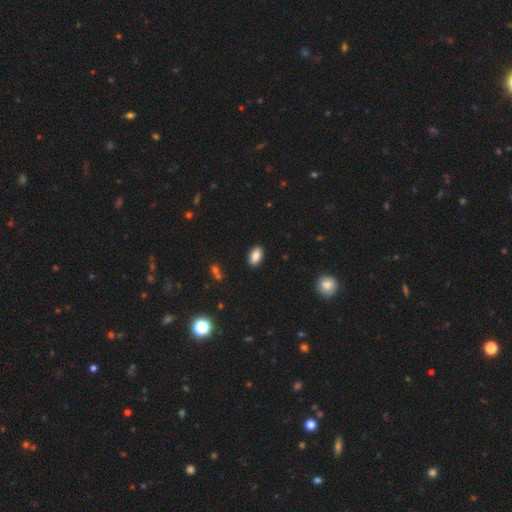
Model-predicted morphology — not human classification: type=smooth (82%); roundness=in between (92%); merging=none (89%).